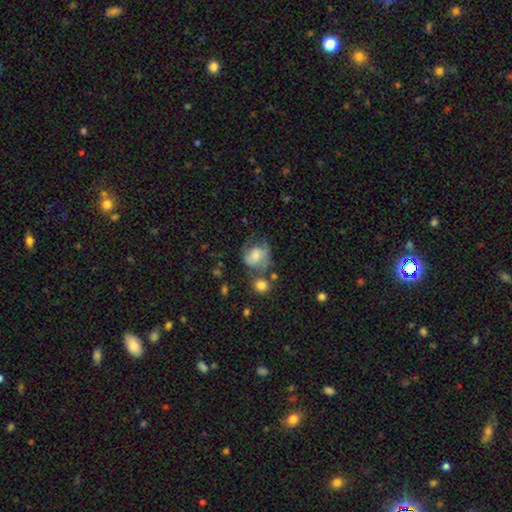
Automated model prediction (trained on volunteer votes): Smooth or featured: smooth — 54% (featured or disk — 37%)
How rounded: round — 60% (in between — 39%)
Merging: none — 38% (minor disturbance — 26%)